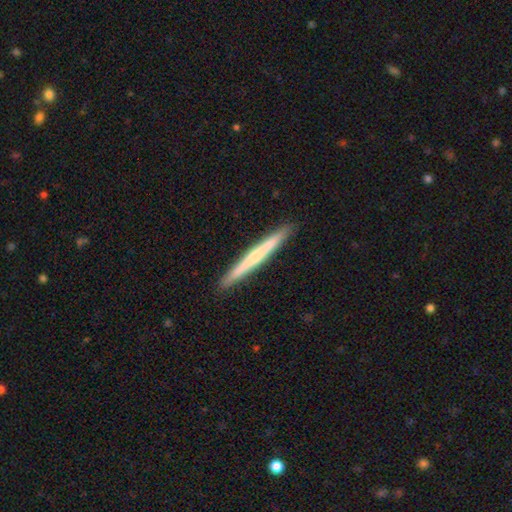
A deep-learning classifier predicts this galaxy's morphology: Q: Smooth or featured?
A: featured or disk (49%); runner-up: smooth (46%)
Q: Merging?
A: none (92%); runner-up: minor disturbance (6%)